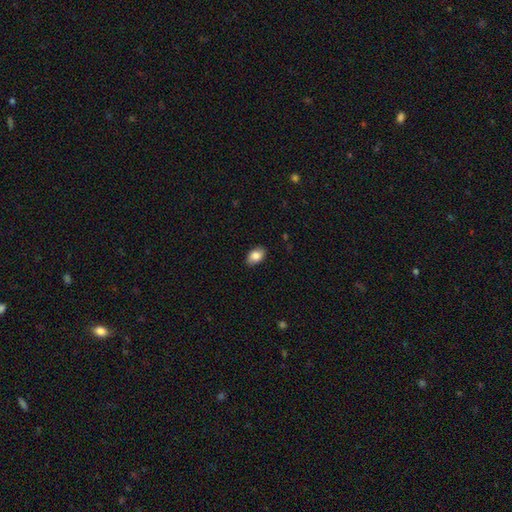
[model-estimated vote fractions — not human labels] smooth-or-featured: smooth: 85% | featured or disk: 8% | star or artifact: 7%
  how-rounded: in between: 90% | round: 8% | cigar-shaped: 1%
  merging: none: 88% | minor disturbance: 9% | major disturbance: 2% | merger: 1%